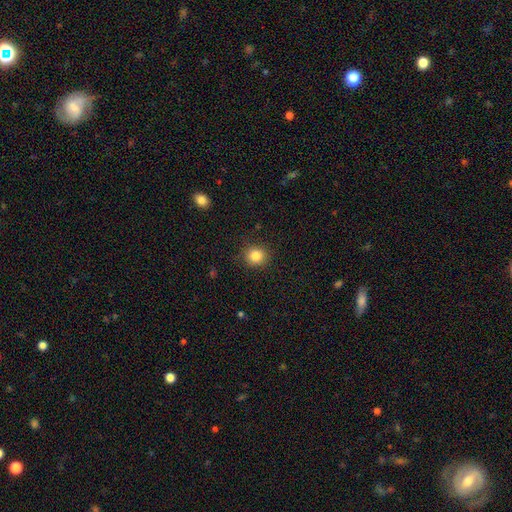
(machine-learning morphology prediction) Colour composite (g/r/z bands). It shows a smooth galaxy with no disk features (84%) that is round (88%). Merging: none (89%).